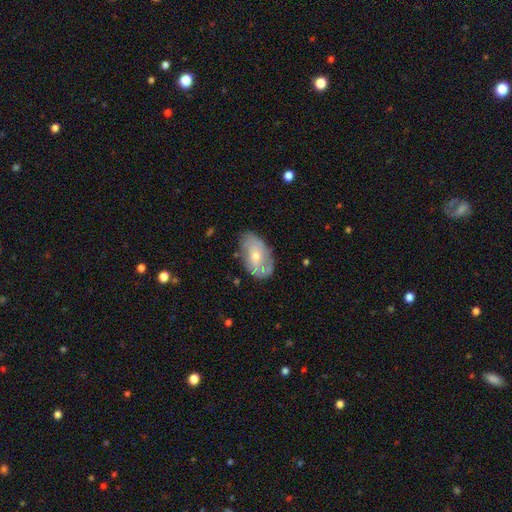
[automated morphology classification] smooth_or_featured: featured or disk (p=0.57) [alt: smooth p=0.36]
disk_edge_on: no (p=0.93) [alt: yes p=0.07]
bar: no (p=0.68) [alt: weak p=0.26]
has_spiral_arms: yes (p=0.62) [alt: no p=0.38]
bulge_size: small (p=0.52) [alt: moderate p=0.44]
merging: none (p=0.66) [alt: minor disturbance p=0.25]